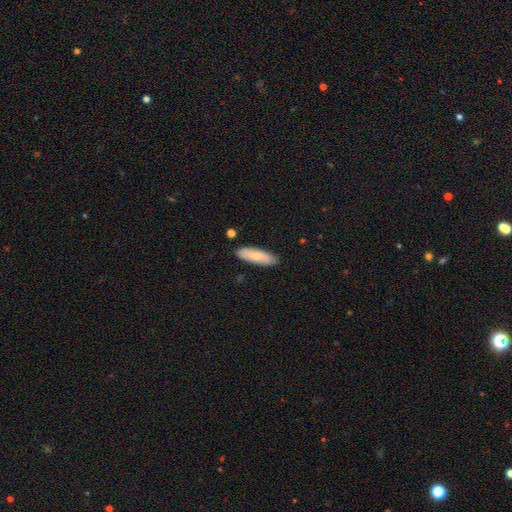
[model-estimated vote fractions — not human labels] Smooth or featured? Predicted: smooth (p=0.74). How rounded? Predicted: in between (p=0.54). Merging? Predicted: none (p=0.86).